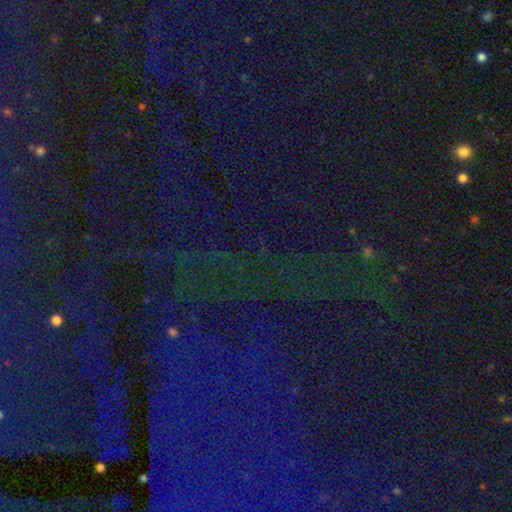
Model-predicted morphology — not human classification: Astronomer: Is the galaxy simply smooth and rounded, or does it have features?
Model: star or artifact — 83%.